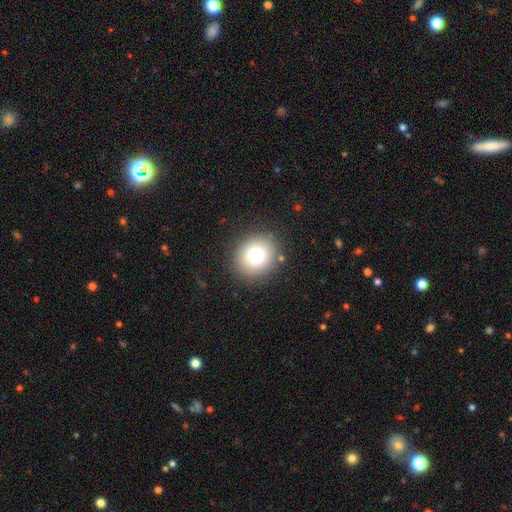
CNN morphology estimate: smooth-or-featured: smooth: 76% | star or artifact: 13% | featured or disk: 11%
  how-rounded: round: 82% | in between: 17% | cigar-shaped: 1%
  merging: none: 87% | minor disturbance: 8% | major disturbance: 3% | merger: 2%